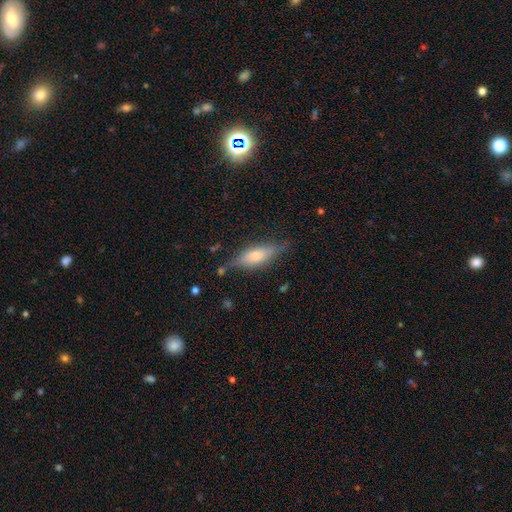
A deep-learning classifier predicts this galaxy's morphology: Q: Smooth or featured?
A: smooth (50%); runner-up: featured or disk (42%)
Q: How rounded?
A: in between (52%); runner-up: cigar-shaped (45%)
Q: Merging?
A: none (70%); runner-up: minor disturbance (22%)